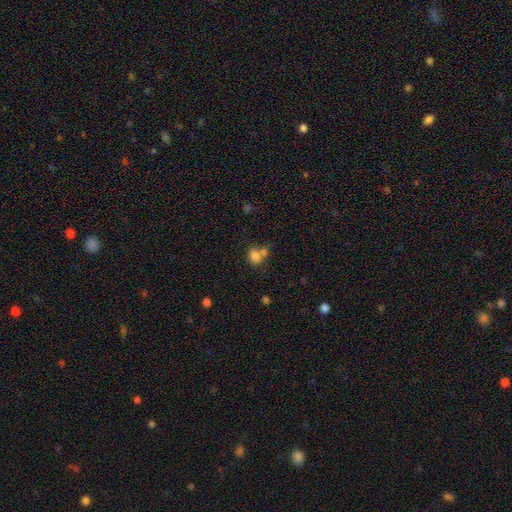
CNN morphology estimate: The model was most divided on "merging": none: 42%, merger: 41%, minor disturbance: 12%, major disturbance: 5%. More confident: smooth or featured — smooth (78%); how rounded — round (59%).